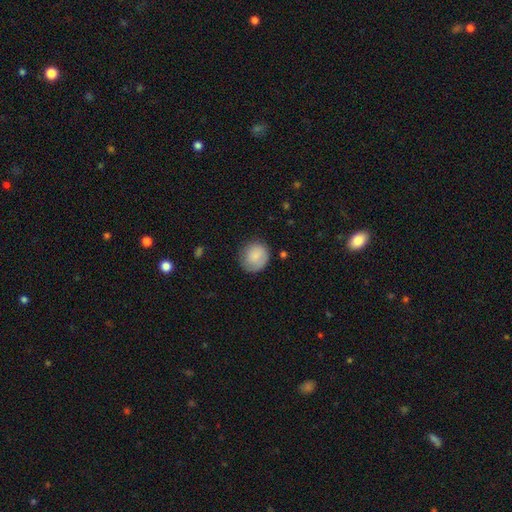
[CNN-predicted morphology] Smooth or featured: smooth — 80% (featured or disk — 13%)
How rounded: round — 85% (in between — 14%)
Merging: none — 75% (minor disturbance — 17%)